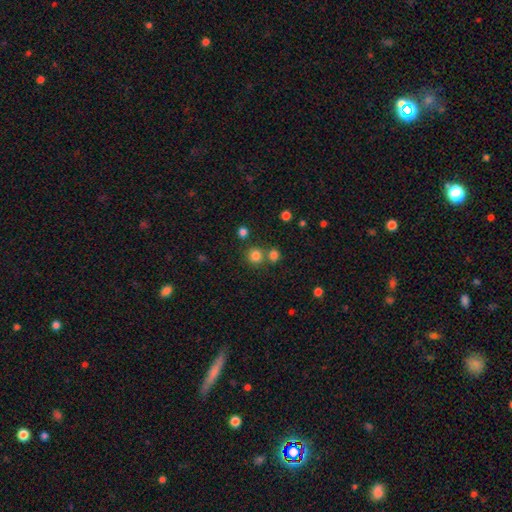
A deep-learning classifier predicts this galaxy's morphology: Q: Smooth or featured?
A: smooth (80%); runner-up: star or artifact (15%)
Q: How rounded?
A: round (91%); runner-up: in between (8%)
Q: Merging?
A: none (68%); runner-up: merger (22%)